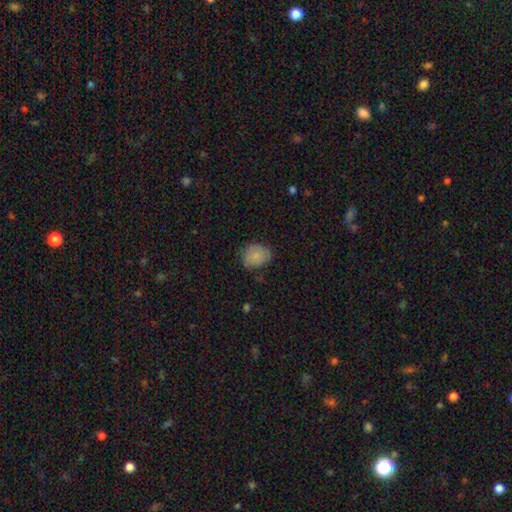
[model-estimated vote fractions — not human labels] Smooth or featured?
  - smooth: 77% *
  - featured or disk: 15%
  - star or artifact: 8%
How rounded?
  - round: 59% *
  - in between: 40%
  - cigar-shaped: 1%
Merging?
  - none: 65% *
  - minor disturbance: 27%
  - major disturbance: 6%
  - merger: 1%